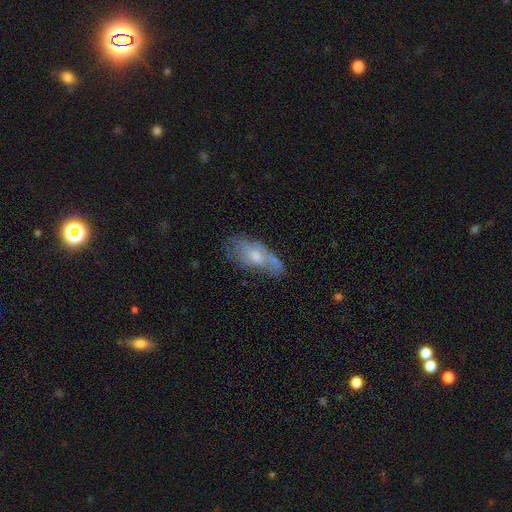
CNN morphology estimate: Smooth or featured? Predicted: featured or disk (p=0.56). Edge-on disk? Predicted: no (p=0.86). Merging? Predicted: none (p=0.49).